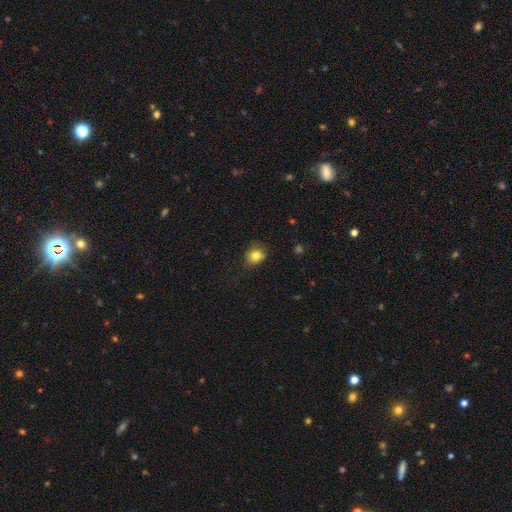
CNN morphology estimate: smooth-or-featured: smooth: 83% | star or artifact: 10% | featured or disk: 7%
  how-rounded: round: 73% | in between: 26% | cigar-shaped: 1%
  merging: none: 74% | minor disturbance: 19% | major disturbance: 5% | merger: 1%